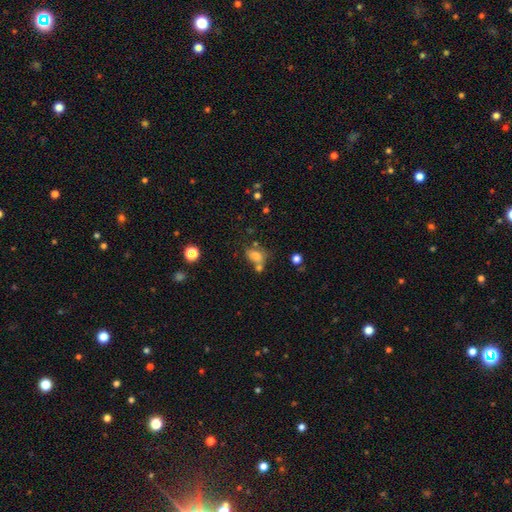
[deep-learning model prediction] The model was most divided on "merging": none: 41%, merger: 30%, minor disturbance: 19%, major disturbance: 10%. More confident: how rounded — in between (79%); smooth or featured — smooth (73%).